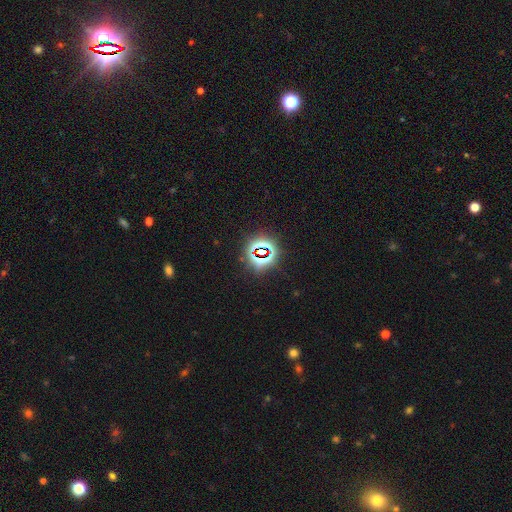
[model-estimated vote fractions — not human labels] Morphology: type=star or artifact (78%).